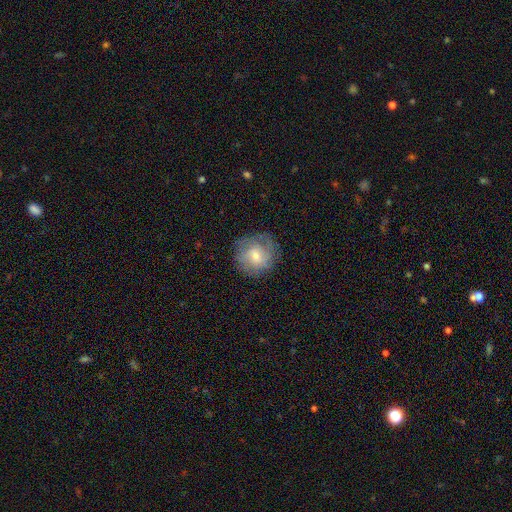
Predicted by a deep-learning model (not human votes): A smooth galaxy with no disk features (56%) that is round (87%).

Vote fractions:
- Smooth or featured? smooth: 56% / featured or disk: 36% / star or artifact: 8%
- How rounded? round: 87% / in between: 12% / cigar-shaped: 1%
- Merging? none: 75% / minor disturbance: 17% / major disturbance: 7% / merger: 1%